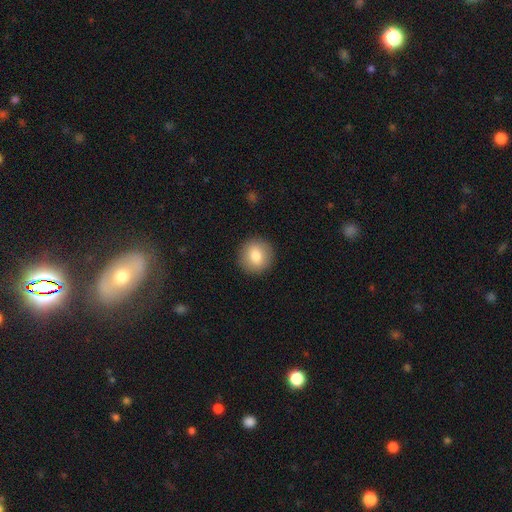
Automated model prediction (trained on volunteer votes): This is clearly a smooth galaxy (81%). How rounded: clearly round (91%). Merging: clearly none (91%).